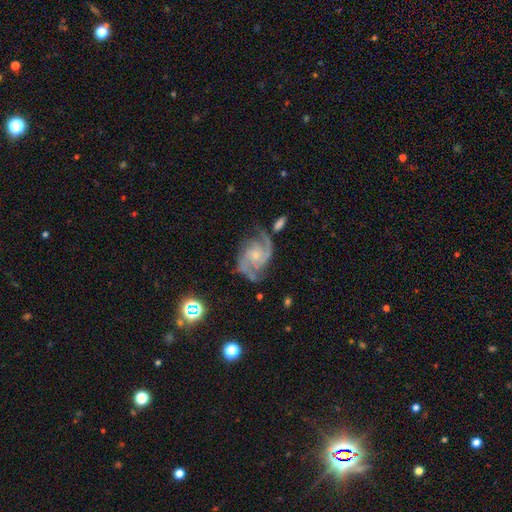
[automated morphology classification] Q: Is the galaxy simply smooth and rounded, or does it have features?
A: featured or disk — 91%.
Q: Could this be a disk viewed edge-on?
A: no — 98%.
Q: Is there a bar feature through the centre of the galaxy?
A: no — 65%.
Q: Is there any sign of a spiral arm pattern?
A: yes — 98%.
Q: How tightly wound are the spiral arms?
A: medium — 56%.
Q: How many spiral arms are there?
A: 2 — 72%.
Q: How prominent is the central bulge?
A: small — 66%.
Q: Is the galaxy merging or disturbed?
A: none — 69%.